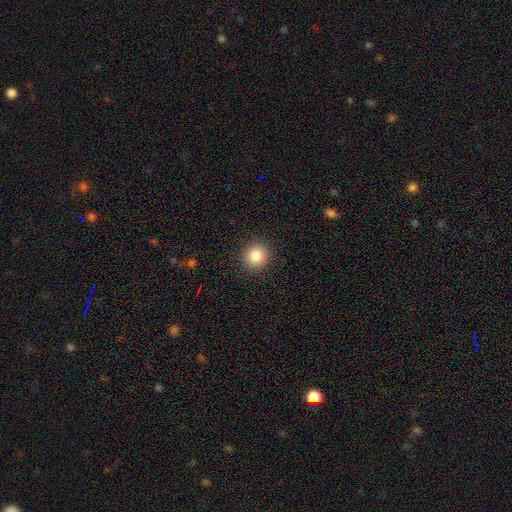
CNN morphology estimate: Smooth or featured? smooth (86%)
How rounded? round (90%)
Merging? none (91%)